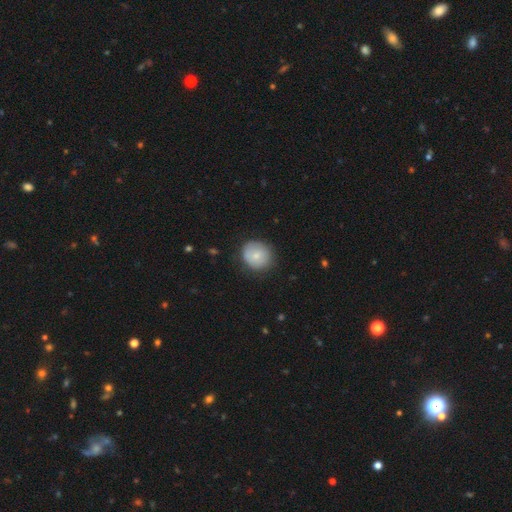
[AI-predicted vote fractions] Smooth or featured? Predicted: smooth (p=0.74). How rounded? Predicted: round (p=0.82). Merging? Predicted: none (p=0.78).